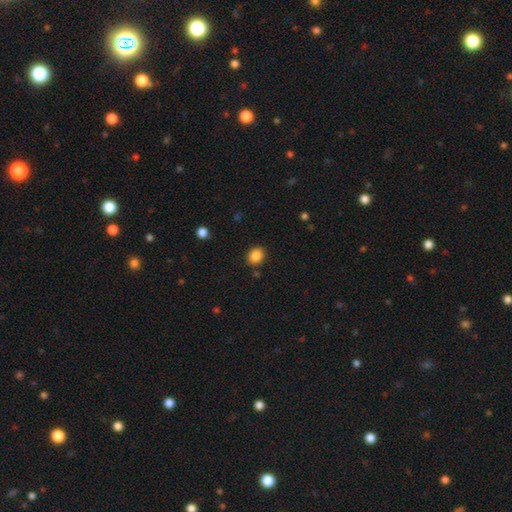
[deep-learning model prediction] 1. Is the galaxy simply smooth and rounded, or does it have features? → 87% smooth, 9% star or artifact, 4% featured or disk.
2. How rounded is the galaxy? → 54% round, 45% in between, 1% cigar-shaped.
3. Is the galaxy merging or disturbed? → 86% none, 9% minor disturbance, 3% major disturbance, 2% merger.